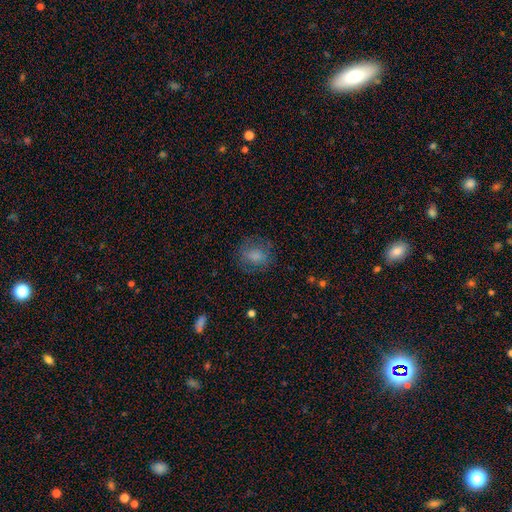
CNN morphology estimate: This is likely a smooth galaxy (74%). How rounded: likely round (65%). Merging: likely none (75%).